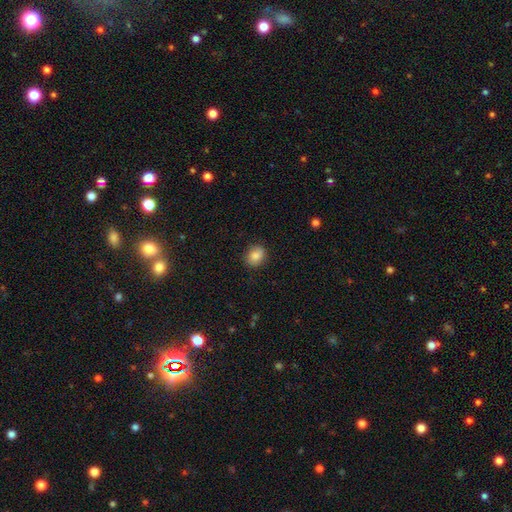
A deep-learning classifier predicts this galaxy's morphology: Smooth or featured? smooth (85%)
How rounded? round (55%)
Merging? none (84%)